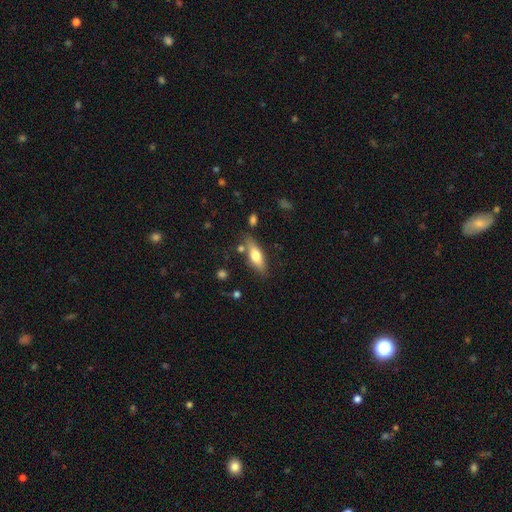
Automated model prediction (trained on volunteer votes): A smooth galaxy with no disk features (64%) that is in between round and cigar-shaped (56%). Merging: none (75%).